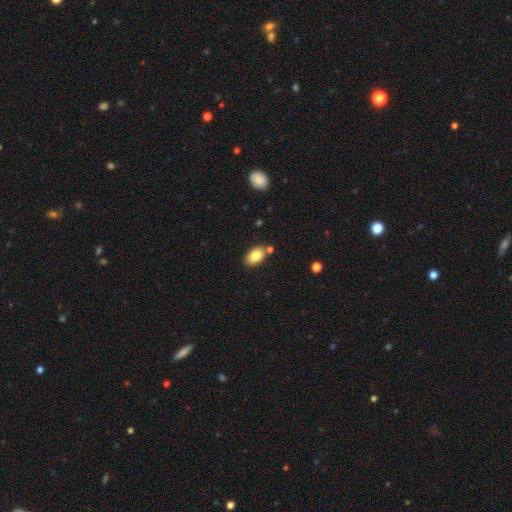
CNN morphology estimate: Smooth or featured: smooth — 83% (featured or disk — 9%)
How rounded: in between — 91% (round — 8%)
Merging: none — 77% (minor disturbance — 12%)